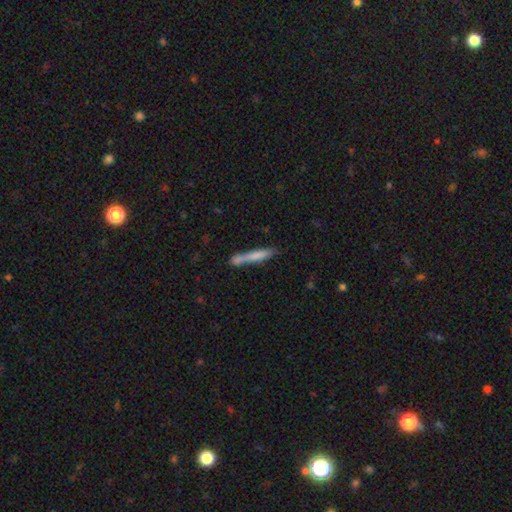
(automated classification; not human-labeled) Q: Smooth or featured?
A: smooth (72%); runner-up: featured or disk (21%)
Q: How rounded?
A: cigar-shaped (93%); runner-up: in between (6%)
Q: Merging?
A: none (59%); runner-up: minor disturbance (18%)